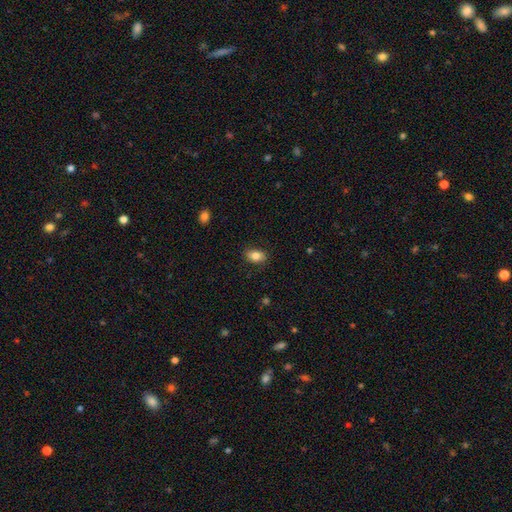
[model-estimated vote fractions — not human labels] A smooth galaxy with no disk features (83%) that is in between round and cigar-shaped (85%).

Vote fractions:
- Smooth or featured? smooth: 83% / featured or disk: 9% / star or artifact: 8%
- How rounded? in between: 85% / round: 13% / cigar-shaped: 2%
- Merging? none: 86% / minor disturbance: 11% / major disturbance: 2% / merger: 1%